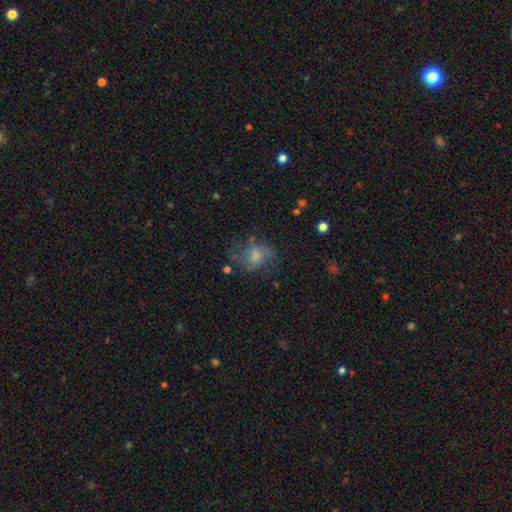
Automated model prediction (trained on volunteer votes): Smooth or featured? smooth (56%)
How rounded? round (57%)
Merging? none (47%)